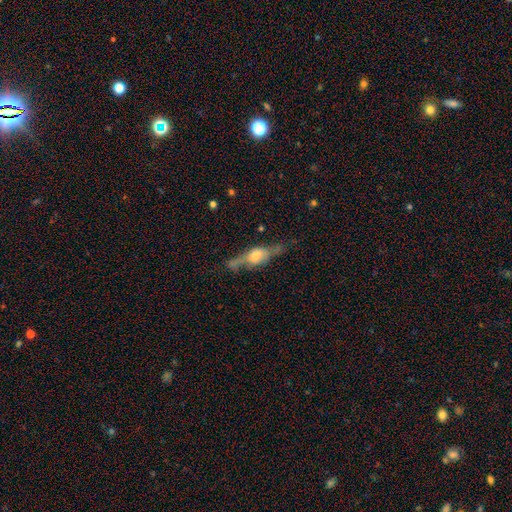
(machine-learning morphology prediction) A featured or disk galaxy (63%) viewed edge-on (82%) with a rounded central bulge (88%).

Vote fractions:
- Smooth or featured? featured or disk: 63% / smooth: 30% / star or artifact: 7%
- Edge-on disk? yes: 82% / no: 18%
- Edge-on bulge? rounded: 88% / boxy: 9% / none: 3%
- Merging? none: 59% / minor disturbance: 23% / major disturbance: 12% / merger: 6%